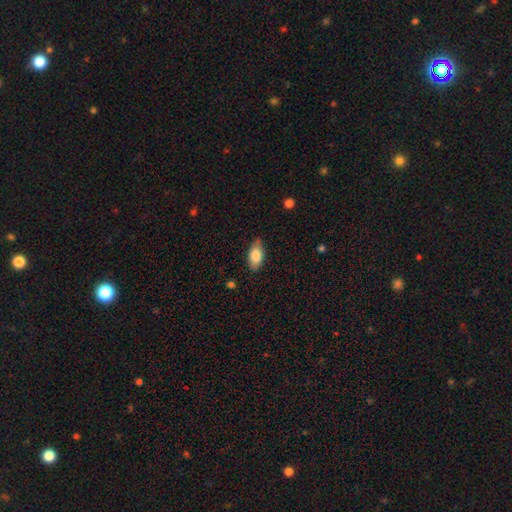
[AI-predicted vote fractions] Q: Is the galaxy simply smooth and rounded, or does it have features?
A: smooth — 81%.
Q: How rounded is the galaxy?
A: in between — 91%.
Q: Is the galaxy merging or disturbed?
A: none — 78%.